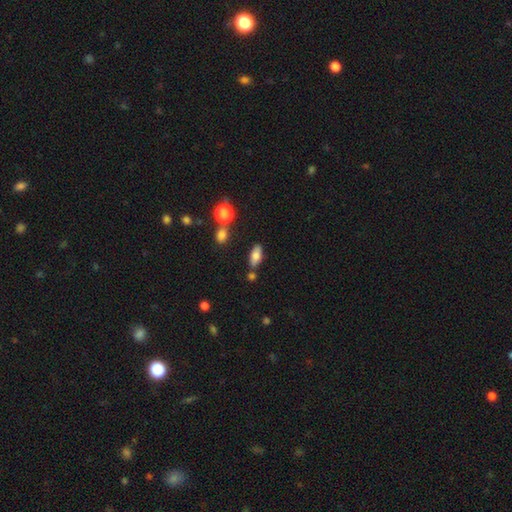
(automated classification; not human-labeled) Smooth or featured: smooth — 73% (featured or disk — 18%)
How rounded: in between — 80% (cigar-shaped — 15%)
Merging: none — 75% (minor disturbance — 13%)